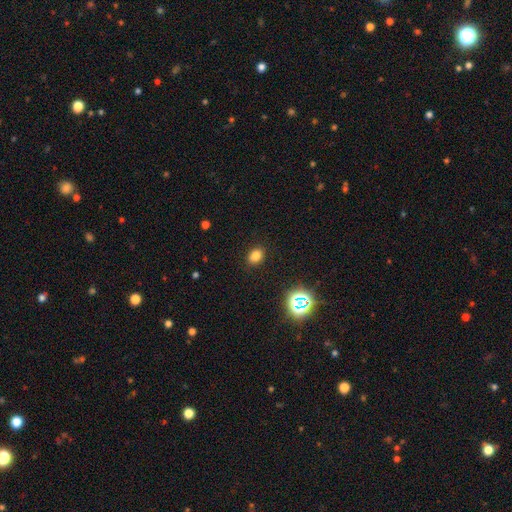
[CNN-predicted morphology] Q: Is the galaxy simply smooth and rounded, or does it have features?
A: smooth — 77%.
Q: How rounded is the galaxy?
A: in between — 64%.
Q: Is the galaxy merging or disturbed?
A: none — 88%.